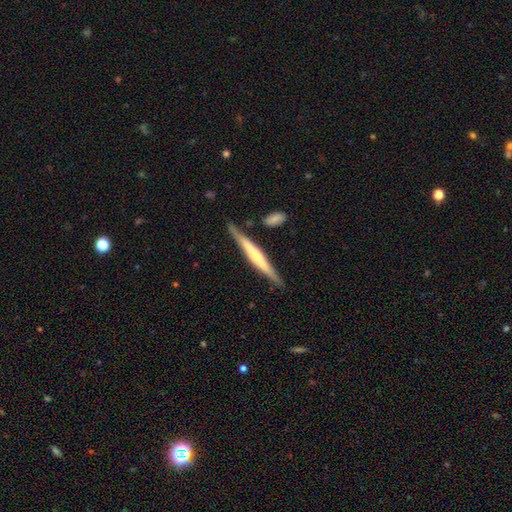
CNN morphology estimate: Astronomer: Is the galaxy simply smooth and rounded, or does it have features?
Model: featured or disk — 62%.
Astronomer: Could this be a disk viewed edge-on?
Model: yes — 97%.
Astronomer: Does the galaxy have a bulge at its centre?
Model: rounded — 51% (runner-up: none, 33%).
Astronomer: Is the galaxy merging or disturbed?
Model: none — 83%.